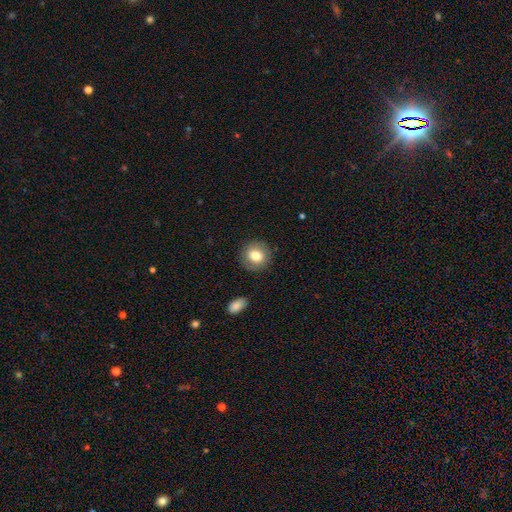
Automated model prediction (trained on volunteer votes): Overall: smooth (79%). How rounded: round (82%). Merging: none (87%).